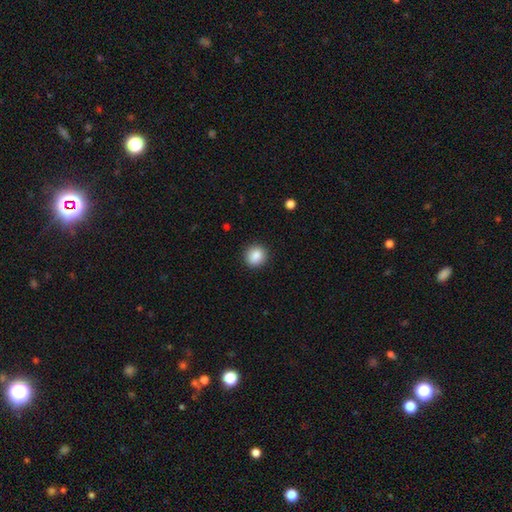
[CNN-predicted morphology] This is clearly a smooth galaxy (88%). How rounded: clearly round (83%). Merging: clearly none (90%).